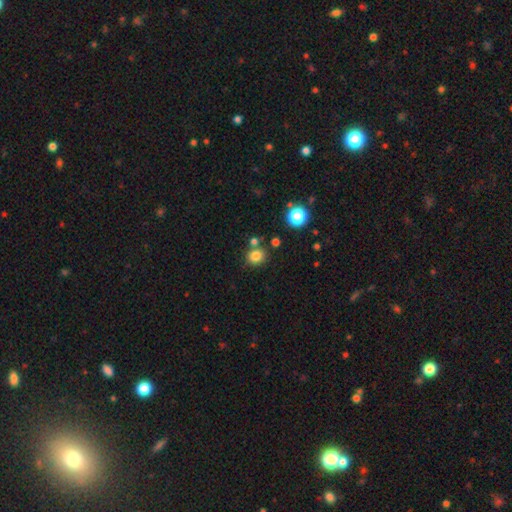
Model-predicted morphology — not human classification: smooth 81%, star or artifact 13%, featured or disk 5%. Down the decision tree: how rounded — round (78%); merging — none (76%).